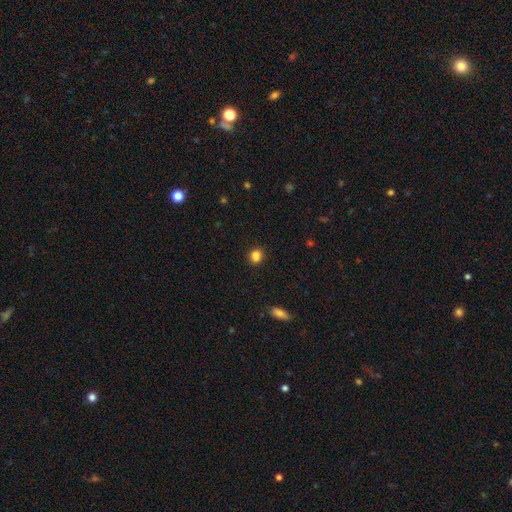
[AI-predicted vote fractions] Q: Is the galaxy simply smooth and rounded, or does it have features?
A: smooth — 83%.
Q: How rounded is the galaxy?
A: round — 68%.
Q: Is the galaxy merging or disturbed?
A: none — 77%.